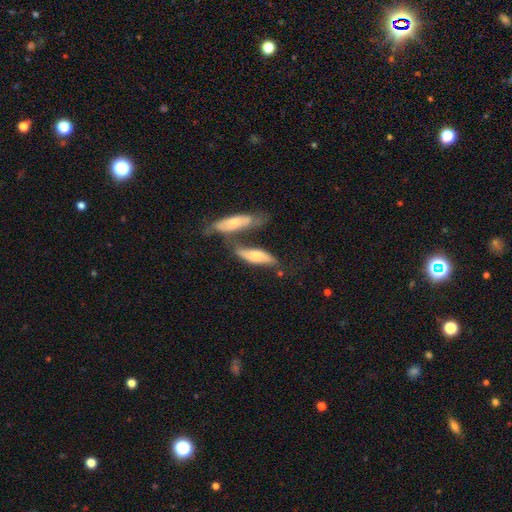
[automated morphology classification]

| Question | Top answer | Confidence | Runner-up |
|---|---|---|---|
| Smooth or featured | smooth | 56% | featured or disk (38%) |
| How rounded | in between | 52% | cigar-shaped (46%) |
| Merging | merger | 45% | none (32%) |